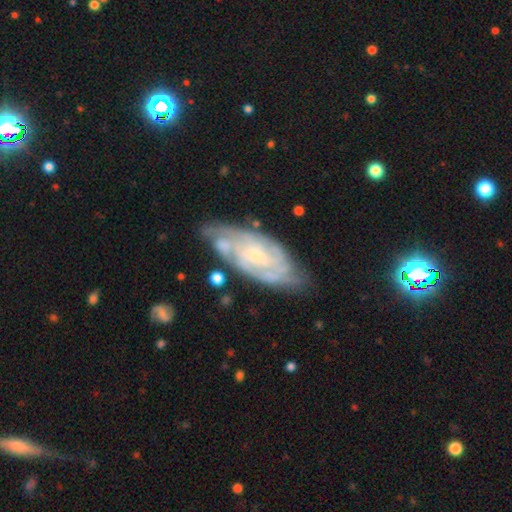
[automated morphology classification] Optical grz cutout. It shows a featured or disk galaxy (83%) with no bar (60%), tight (67%) spiral arms (95%) and a small central bulge (65%). Merging: none (67%).